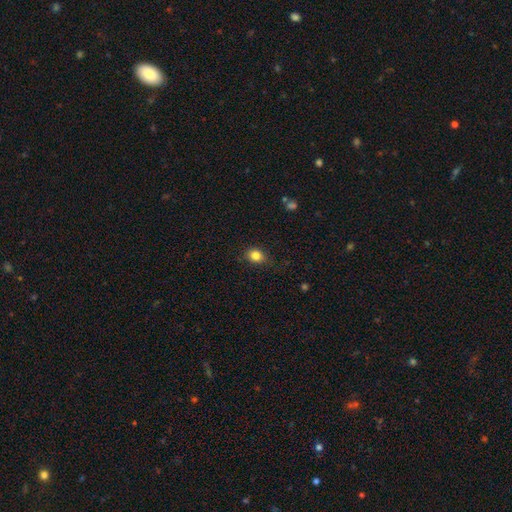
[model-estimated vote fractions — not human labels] Overall: smooth (83%). How rounded: round (51%; in between 48%). Merging: none (79%).